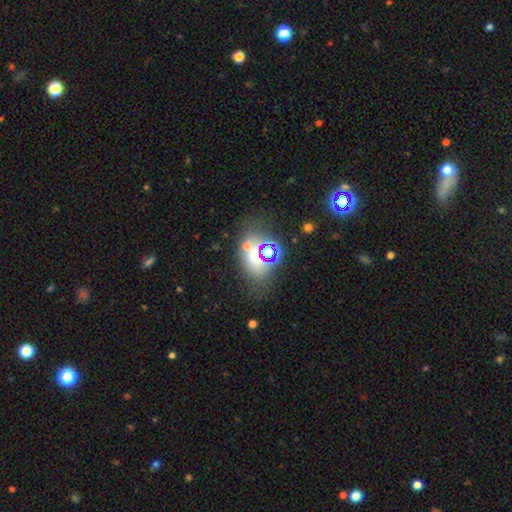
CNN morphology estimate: type=smooth (47%); merging=none (57%).